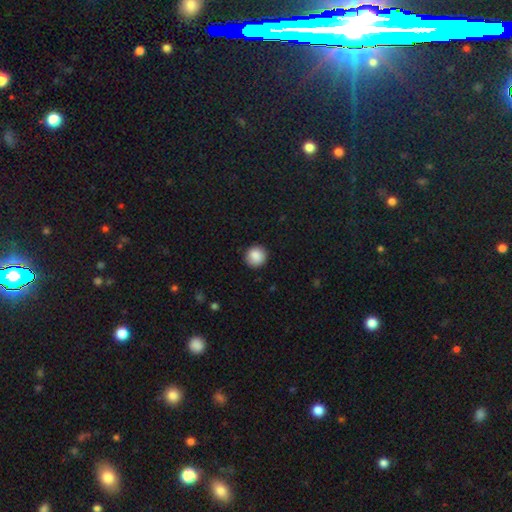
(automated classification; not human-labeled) Q: Smooth or featured?
A: smooth (89%); runner-up: star or artifact (8%)
Q: How rounded?
A: round (93%); runner-up: in between (6%)
Q: Merging?
A: none (90%); runner-up: minor disturbance (8%)